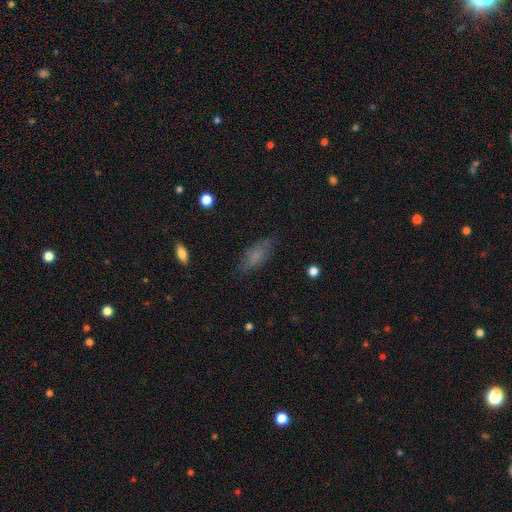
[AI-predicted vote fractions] This appears to be a smooth galaxy with no disk features (72%) that is in between round and cigar-shaped (70%). Merging: none (78%).